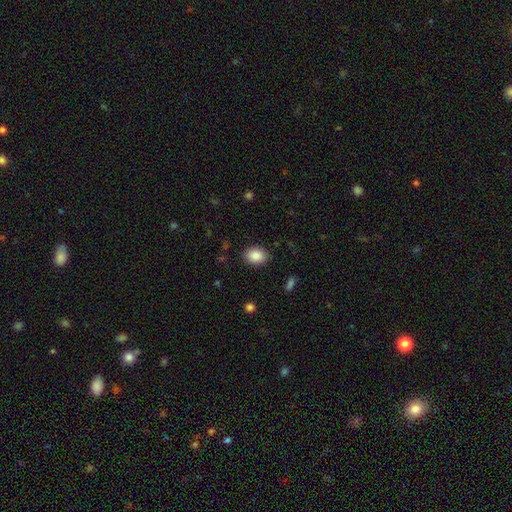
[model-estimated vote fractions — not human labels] Overall: smooth (88%). How rounded: in between (72%). Merging: none (87%).